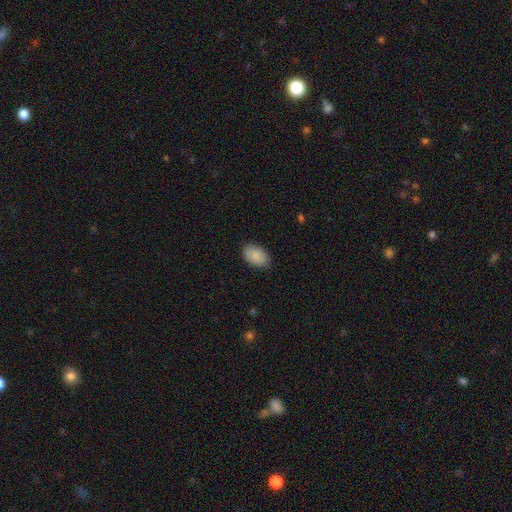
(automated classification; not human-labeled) This is clearly a smooth galaxy (88%). How rounded: clearly in between (92%). Merging: clearly none (84%).